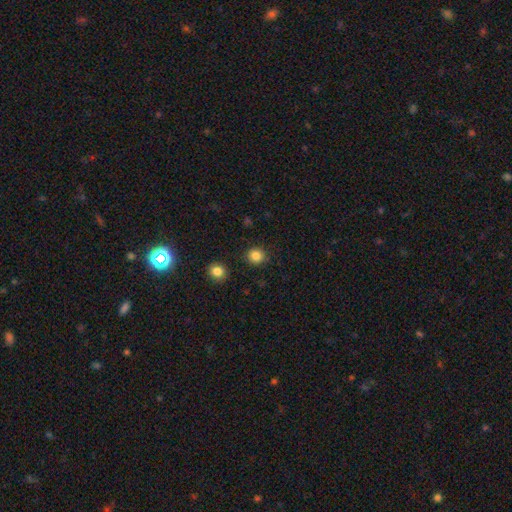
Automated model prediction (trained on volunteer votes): This appears to be a smooth galaxy with no disk features (85%) that is round (91%). Merging: none (90%).